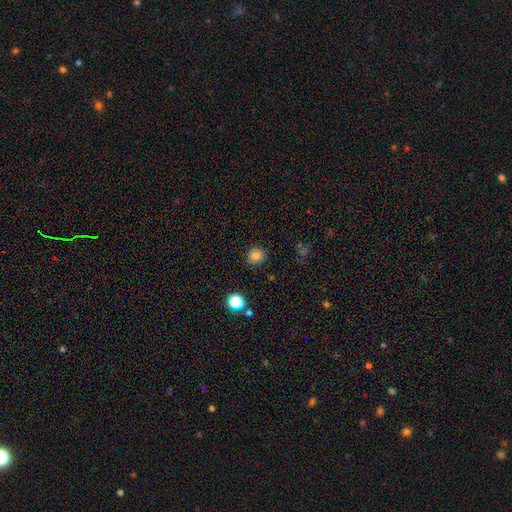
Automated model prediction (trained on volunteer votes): Q: Smooth or featured?
A: smooth (81%); runner-up: star or artifact (13%)
Q: How rounded?
A: round (87%); runner-up: in between (12%)
Q: Merging?
A: none (88%); runner-up: minor disturbance (8%)